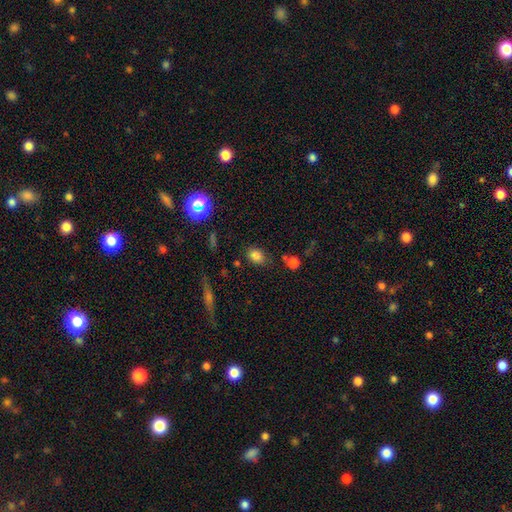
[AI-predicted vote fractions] smooth-or-featured: smooth: 80% | star or artifact: 14% | featured or disk: 7%
  how-rounded: in between: 63% | round: 35% | cigar-shaped: 2%
  merging: none: 73% | minor disturbance: 17% | merger: 5% | major disturbance: 5%